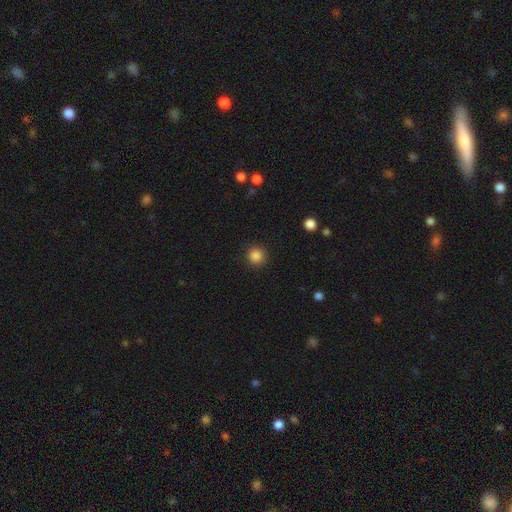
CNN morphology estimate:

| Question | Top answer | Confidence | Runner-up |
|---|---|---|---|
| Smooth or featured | smooth | 86% | star or artifact (11%) |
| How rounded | round | 94% | in between (5%) |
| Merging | none | 91% | minor disturbance (6%) |